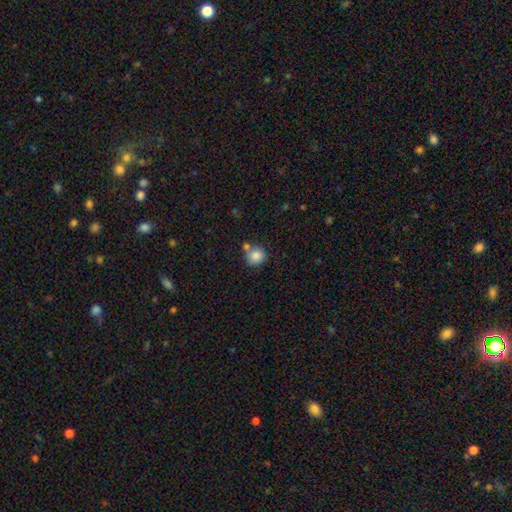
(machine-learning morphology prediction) type=smooth (85%); roundness=round (88%); merging=none (62%).